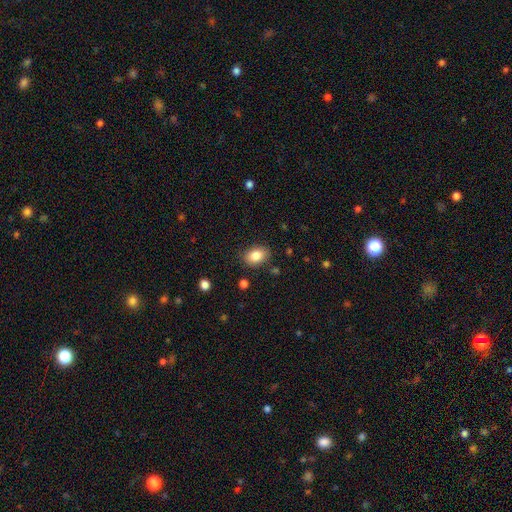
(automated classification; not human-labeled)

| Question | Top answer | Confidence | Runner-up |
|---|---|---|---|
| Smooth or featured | smooth | 84% | star or artifact (8%) |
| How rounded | in between | 78% | round (20%) |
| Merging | none | 85% | minor disturbance (11%) |